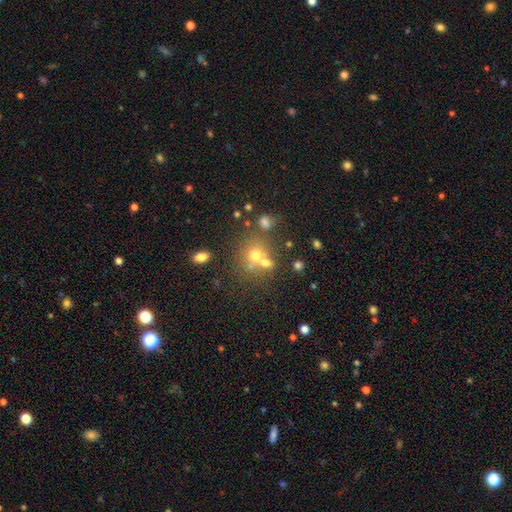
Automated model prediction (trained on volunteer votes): smooth 58%, star or artifact 21%, featured or disk 21%. Down the decision tree: how rounded — round (75%); merging — none (44%).